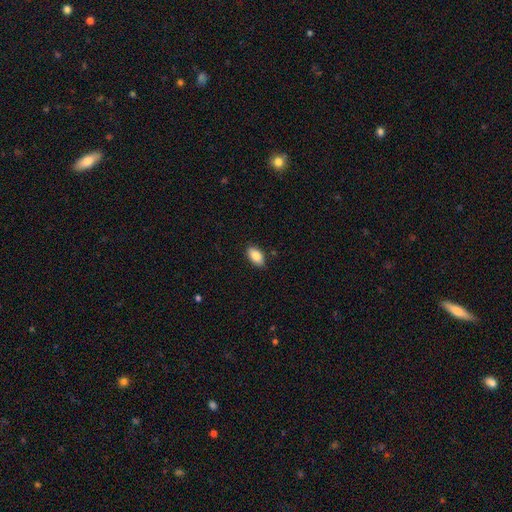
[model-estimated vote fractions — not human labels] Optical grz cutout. It shows a smooth galaxy with no disk features (87%) that is in between round and cigar-shaped (93%). Merging: none (86%).